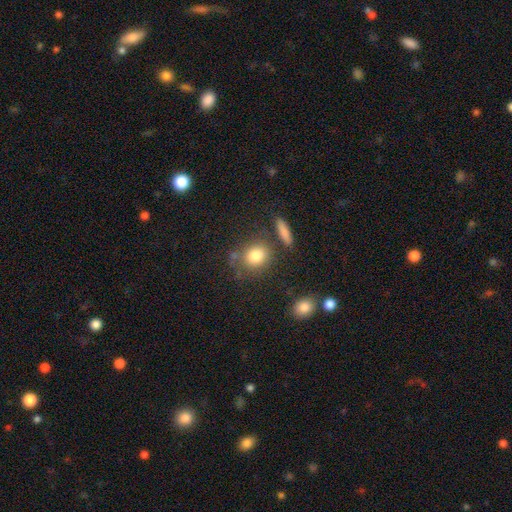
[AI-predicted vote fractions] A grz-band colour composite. It shows a smooth galaxy with no disk features (81%) that is round (69%). Merging: none (70%).